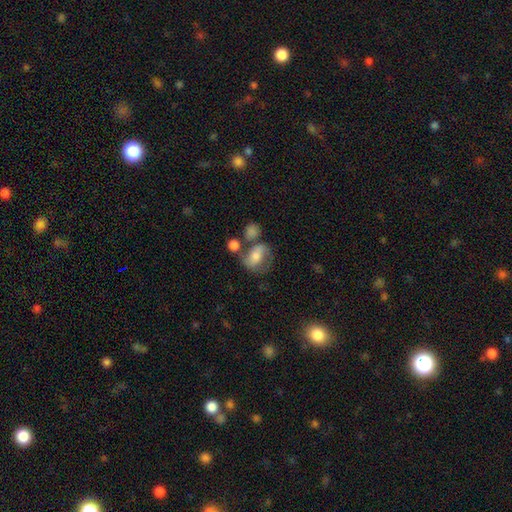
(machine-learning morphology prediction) The model was most divided on "smooth or featured": smooth: 46%, featured or disk: 44%, star or artifact: 9%. Remaining: merging — none (44%).